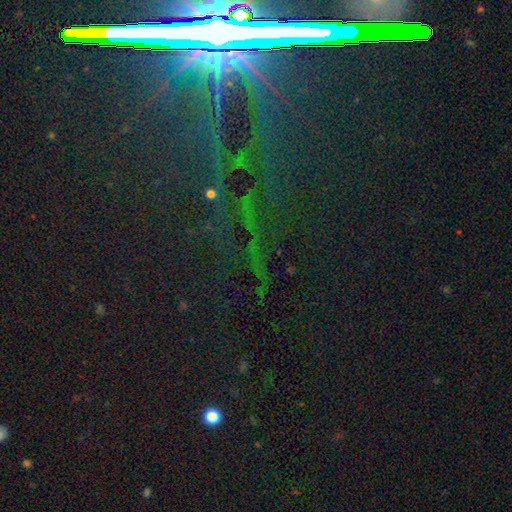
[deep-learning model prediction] smooth-or-featured: star or artifact: 81% | smooth: 10% | featured or disk: 9%